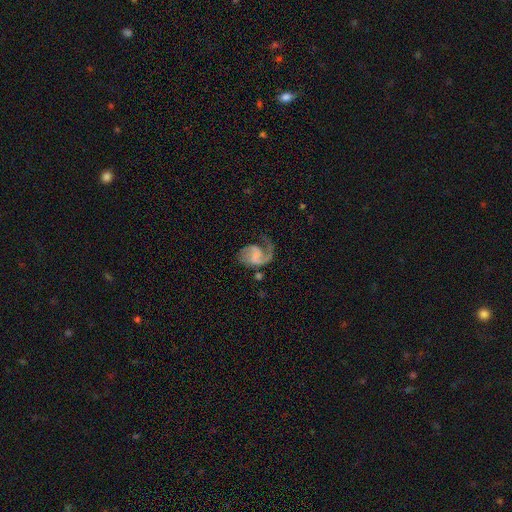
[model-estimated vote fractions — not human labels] Smooth or featured?
  - featured or disk: 86% *
  - smooth: 9%
  - star or artifact: 6%
Edge-on disk?
  - no: 98% *
  - yes: 2%
Bar?
  - weak: 46% *
  - no: 39%
  - strong: 14%
Spiral arms?
  - yes: 96% *
  - no: 4%
Spiral winding?
  - medium: 50% *
  - loose: 33%
  - tight: 17%
Spiral arm count?
  - 2: 64% *
  - 1: 30%
  - can't tell: 3%
  - 3: 1%
  - 4: 1%
  - more than 4: 1%
Bulge size?
  - none: 43% *
  - small: 37%
  - moderate: 15%
  - large: 3%
  - dominant: 1%
Merging?
  - none: 52% *
  - major disturbance: 24%
  - minor disturbance: 20%
  - merger: 3%